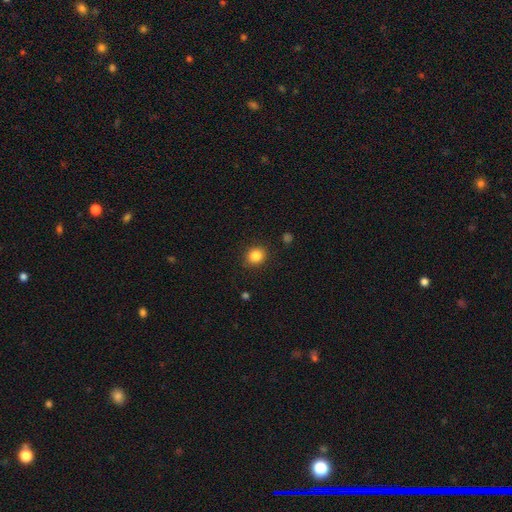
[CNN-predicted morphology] Smooth or featured: smooth — 85% (star or artifact — 10%)
How rounded: round — 78% (in between — 21%)
Merging: none — 89% (minor disturbance — 7%)